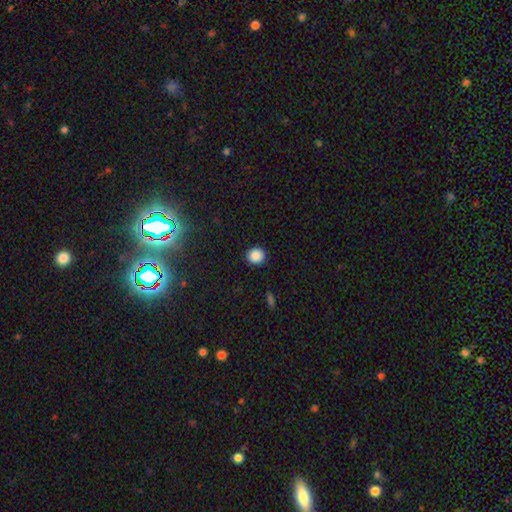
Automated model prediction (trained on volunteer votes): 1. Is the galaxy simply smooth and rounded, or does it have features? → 87% smooth, 10% star or artifact, 3% featured or disk.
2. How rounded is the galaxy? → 89% round, 10% in between, 1% cigar-shaped.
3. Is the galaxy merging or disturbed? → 91% none, 6% minor disturbance, 2% major disturbance, 1% merger.